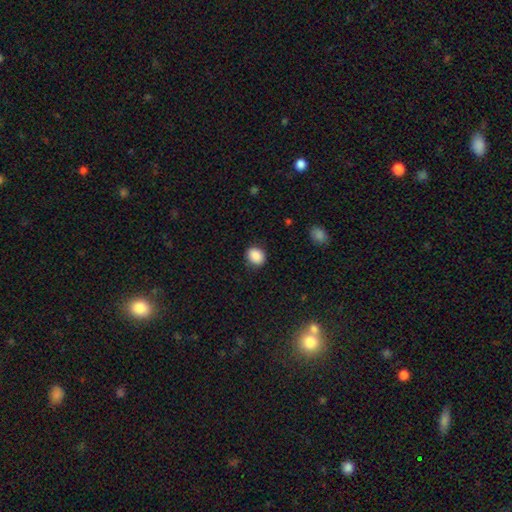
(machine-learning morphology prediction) A smooth galaxy with no disk features (89%) that is round (56%). Merging: none (87%).